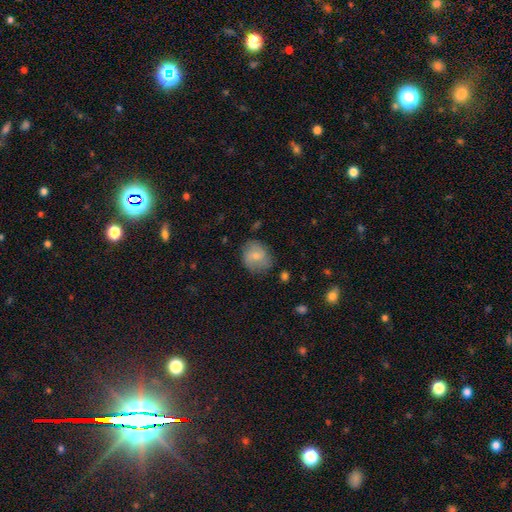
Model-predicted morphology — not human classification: This appears to be a smooth galaxy with no disk features (64%) that is round (69%). Merging: none (68%).